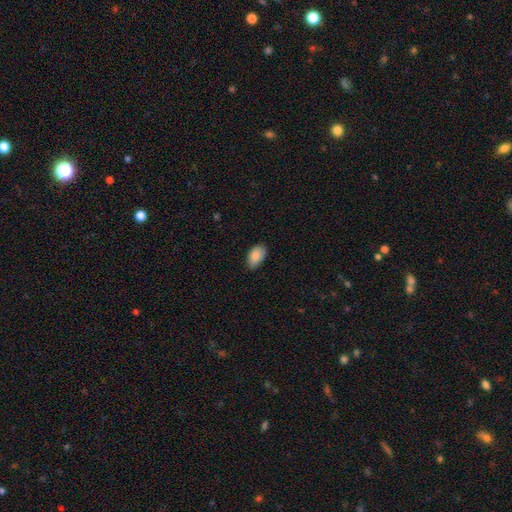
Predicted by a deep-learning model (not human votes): smooth-or-featured: smooth: 88% | star or artifact: 7% | featured or disk: 5%
  how-rounded: in between: 94% | round: 5% | cigar-shaped: 1%
  merging: none: 77% | minor disturbance: 19% | major disturbance: 3% | merger: 1%